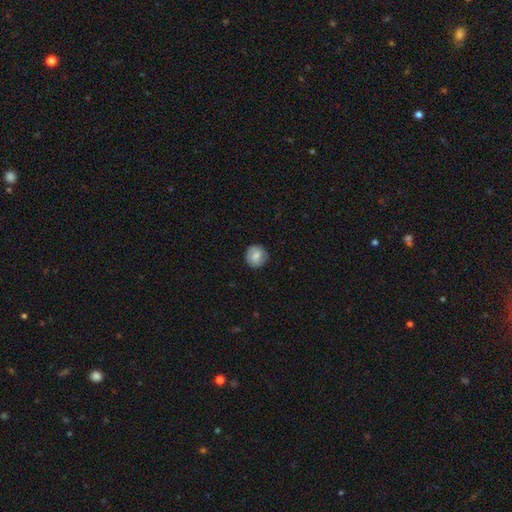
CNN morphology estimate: Q: Smooth or featured?
A: smooth (76%); runner-up: featured or disk (16%)
Q: How rounded?
A: round (91%); runner-up: in between (8%)
Q: Merging?
A: none (86%); runner-up: minor disturbance (11%)